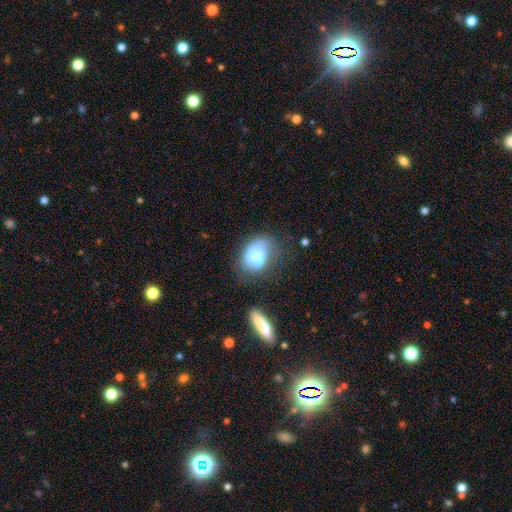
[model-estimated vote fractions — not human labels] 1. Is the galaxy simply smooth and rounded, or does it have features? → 55% smooth, 35% featured or disk, 10% star or artifact.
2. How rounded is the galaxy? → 72% in between, 26% round, 1% cigar-shaped.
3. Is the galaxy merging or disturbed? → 38% none, 28% minor disturbance, 22% major disturbance, 12% merger.